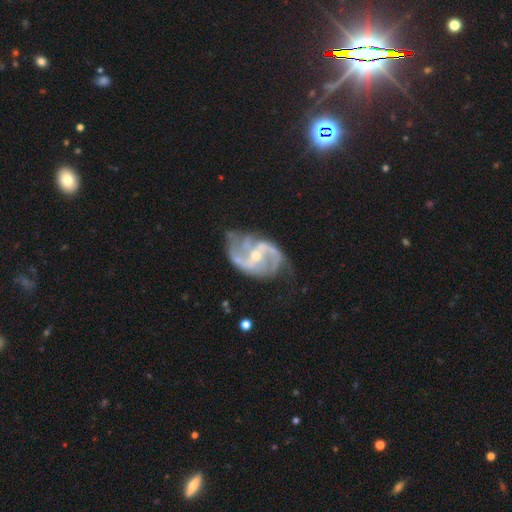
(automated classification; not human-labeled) This appears to be a featured or disk galaxy (91%) with a weak bar (41%), 2 (79%) medium (46%) spiral arms (97%) and a small central bulge (58%). Merging: none (63%).